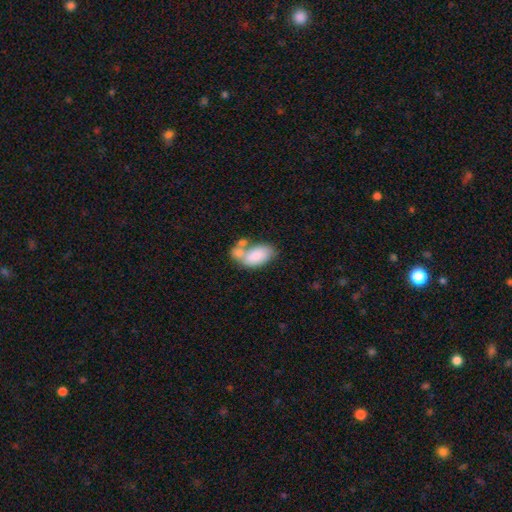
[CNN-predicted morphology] smooth-or-featured: smooth: 79% | featured or disk: 14% | star or artifact: 7%
  how-rounded: in between: 94% | round: 4% | cigar-shaped: 2%
  merging: merger: 52% | none: 26% | minor disturbance: 13% | major disturbance: 8%